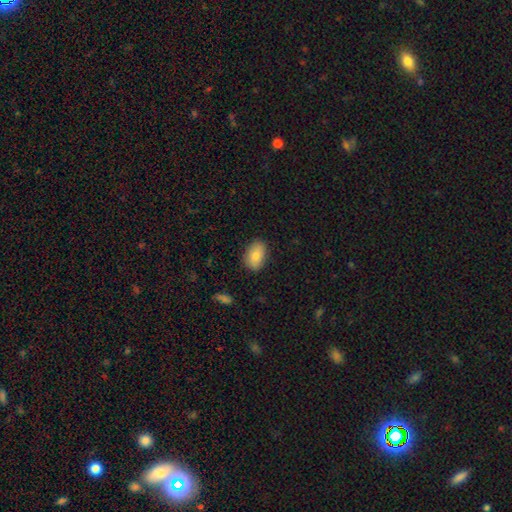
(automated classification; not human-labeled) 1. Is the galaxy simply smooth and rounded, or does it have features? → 83% smooth, 10% featured or disk, 7% star or artifact.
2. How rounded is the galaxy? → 89% in between, 9% round, 2% cigar-shaped.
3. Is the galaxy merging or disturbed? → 86% none, 11% minor disturbance, 2% major disturbance, 1% merger.